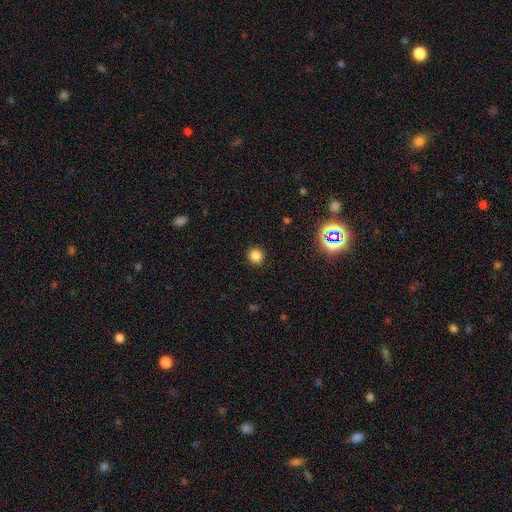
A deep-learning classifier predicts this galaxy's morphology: A smooth galaxy with no disk features (82%) that is round (93%). Merging: none (92%).